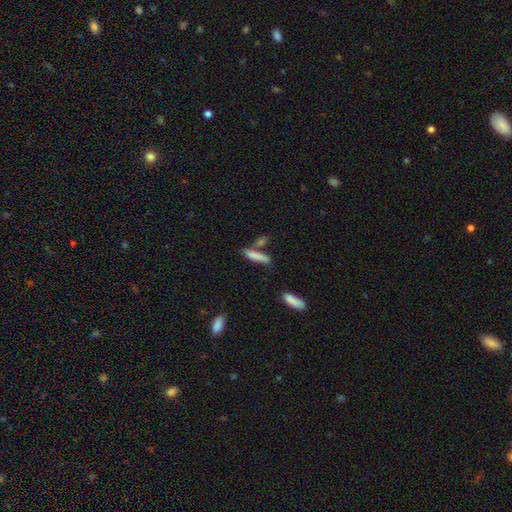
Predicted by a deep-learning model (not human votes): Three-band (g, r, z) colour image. It shows a smooth galaxy with no disk features (78%) that is cigar-shaped (77%). Merging: none (57%).